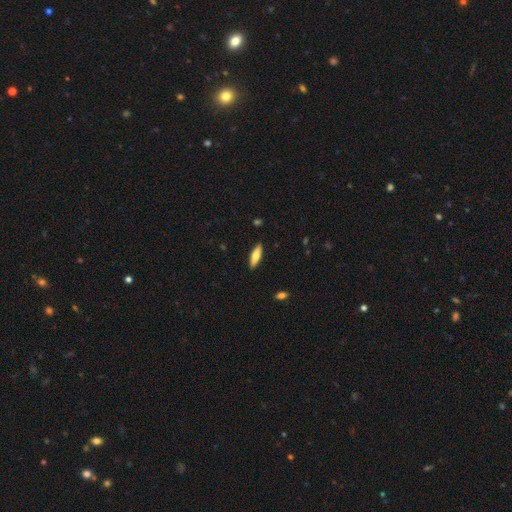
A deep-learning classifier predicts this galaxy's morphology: Smooth or featured?
  - smooth: 71% *
  - featured or disk: 23%
  - star or artifact: 6%
How rounded?
  - cigar-shaped: 58% *
  - in between: 40%
  - round: 2%
Merging?
  - none: 89% *
  - minor disturbance: 8%
  - major disturbance: 2%
  - merger: 1%